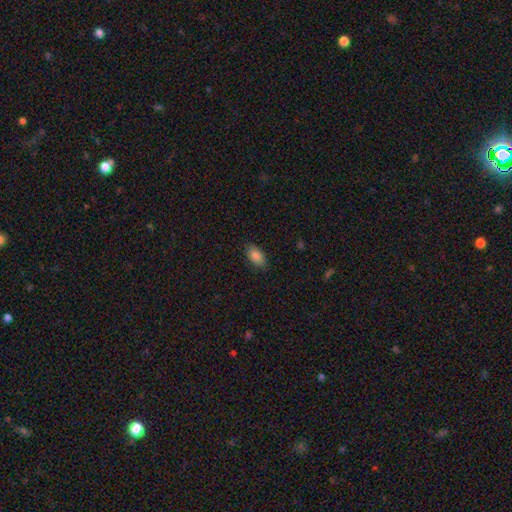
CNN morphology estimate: A smooth galaxy with no disk features (86%) that is in between round and cigar-shaped (92%). Merging: none (86%).